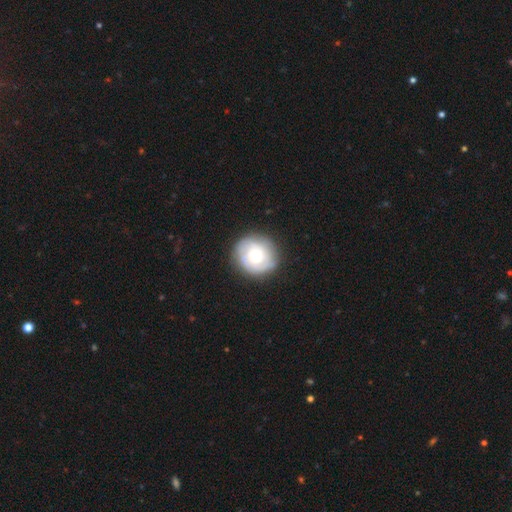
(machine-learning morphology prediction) Smooth or featured? featured or disk (47%)
Merging? none (81%)